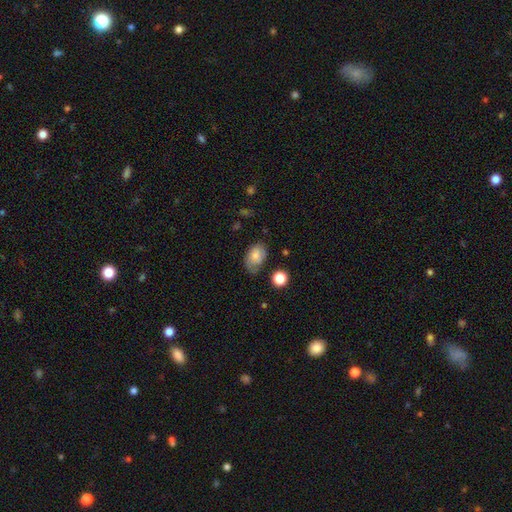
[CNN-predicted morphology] Overall: smooth (69%). How rounded: in between (84%). Merging: none (54%; minor disturbance 31%).